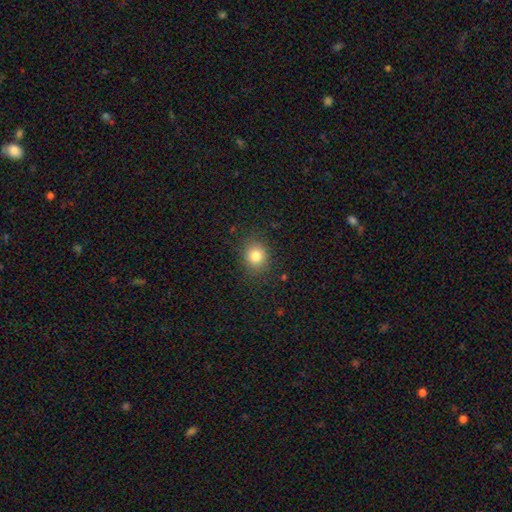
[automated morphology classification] Smooth or featured? smooth (81%)
How rounded? round (72%)
Merging? none (86%)